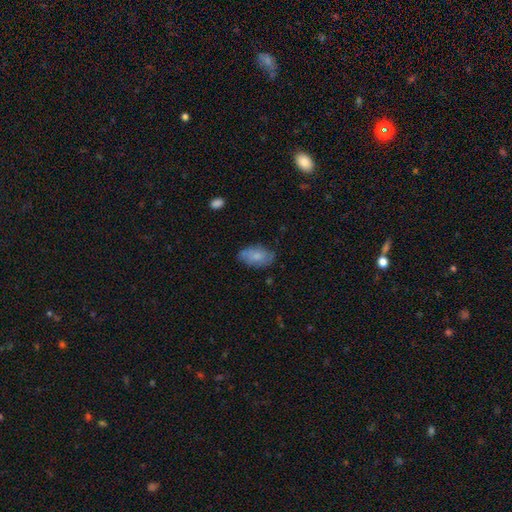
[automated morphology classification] The model was most divided on "smooth or featured": smooth: 70%, featured or disk: 23%, star or artifact: 7%. More confident: how rounded — in between (92%); merging — none (71%).